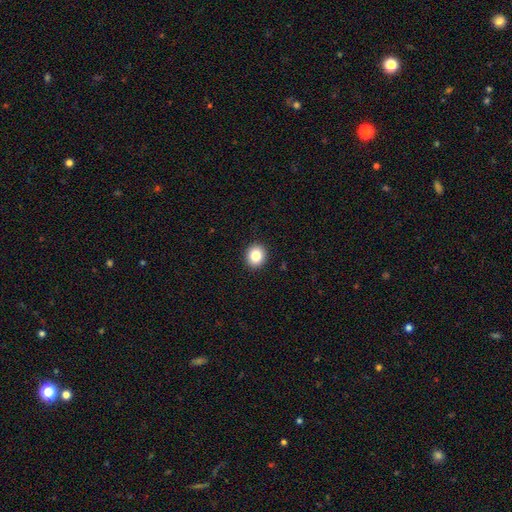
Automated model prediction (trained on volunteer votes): smooth 84%, star or artifact 10%, featured or disk 6%. Down the decision tree: how rounded — round (80%); merging — none (92%).